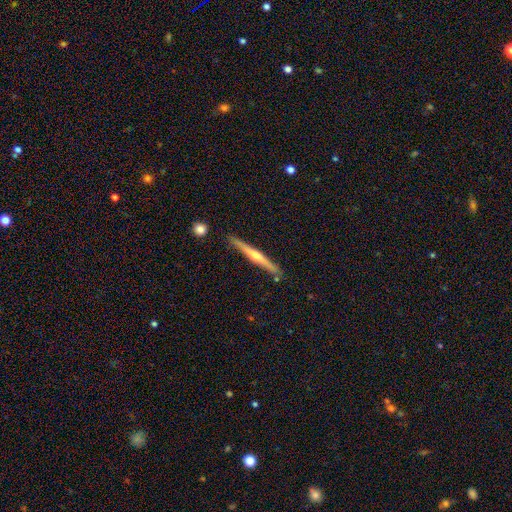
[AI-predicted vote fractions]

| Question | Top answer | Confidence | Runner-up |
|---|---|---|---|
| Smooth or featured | featured or disk | 72% | smooth (22%) |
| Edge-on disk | yes | 98% | no (2%) |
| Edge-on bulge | rounded | 81% | none (15%) |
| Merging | none | 89% | minor disturbance (8%) |